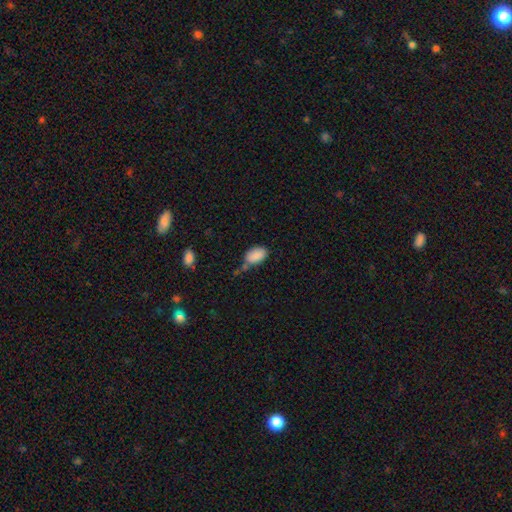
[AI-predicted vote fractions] Morphology: type=smooth (87%); roundness=in between (90%); merging=none (54%).